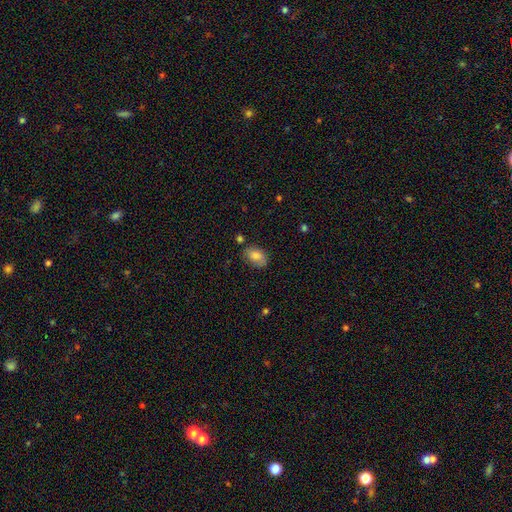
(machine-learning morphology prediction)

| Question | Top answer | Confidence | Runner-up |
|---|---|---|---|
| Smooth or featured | smooth | 81% | featured or disk (11%) |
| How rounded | in between | 86% | round (12%) |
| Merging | none | 73% | minor disturbance (20%) |